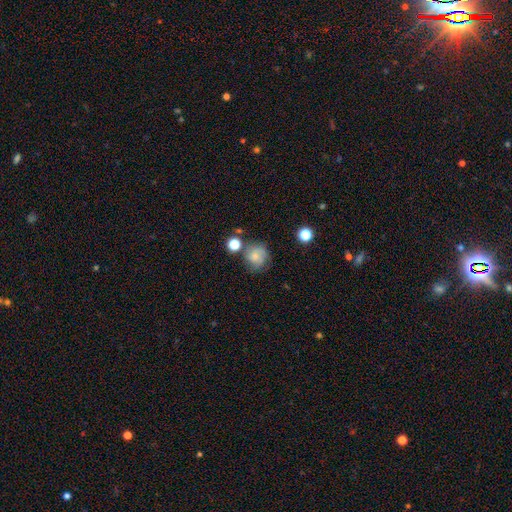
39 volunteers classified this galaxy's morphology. Q: Smooth or featured?
A: smooth (59%); runner-up: featured or disk (36%)
Q: How rounded?
A: round (57%); runner-up: in between (43%)
Q: Merging?
A: none (54%); runner-up: minor disturbance (35%)